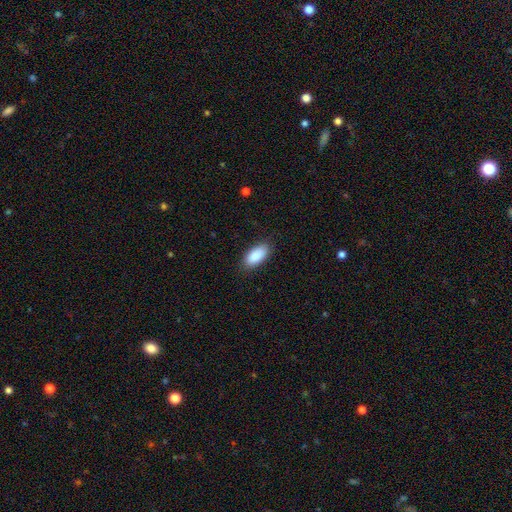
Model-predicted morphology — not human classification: Smooth or featured: smooth — 90% (star or artifact — 6%)
How rounded: in between — 92% (cigar-shaped — 6%)
Merging: none — 86% (minor disturbance — 11%)